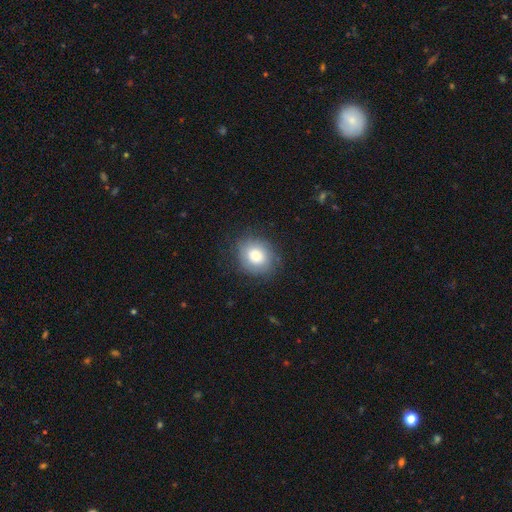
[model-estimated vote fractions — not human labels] smooth_or_featured: smooth (p=0.76) [alt: featured or disk p=0.16]
how_rounded: round (p=0.64) [alt: in between p=0.35]
merging: none (p=0.78) [alt: minor disturbance p=0.15]